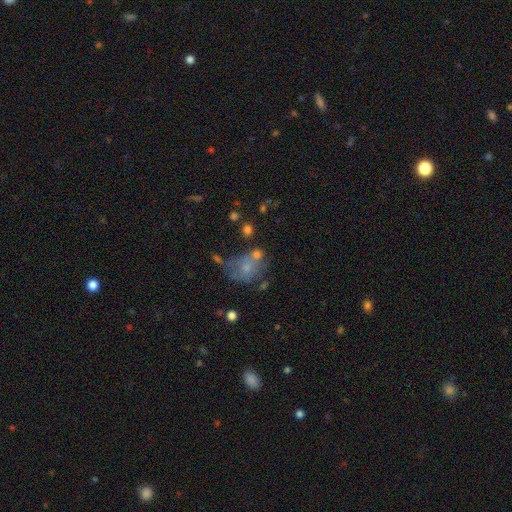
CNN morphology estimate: smooth_or_featured: smooth (p=0.53) [alt: featured or disk p=0.30]
how_rounded: in between (p=0.53) [alt: round p=0.45]
merging: none (p=0.33) [alt: merger p=0.25]